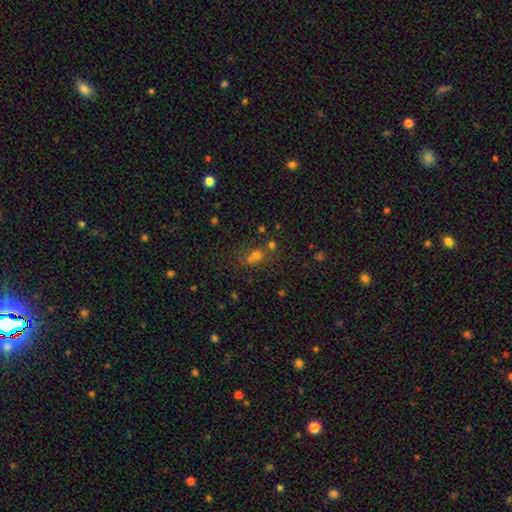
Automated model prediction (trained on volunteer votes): This is possibly a smooth galaxy (55%). How rounded: likely round (72%). Merging: possibly none (49%).